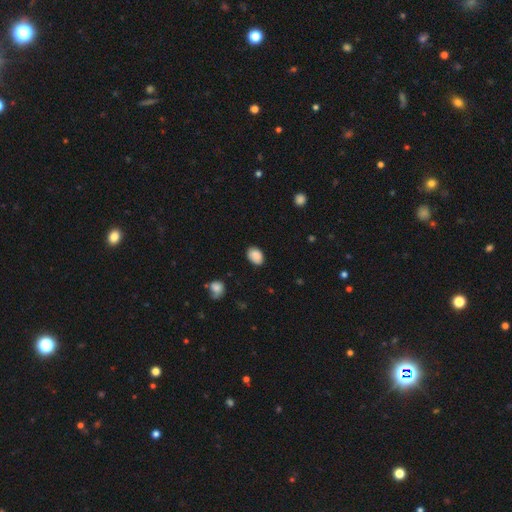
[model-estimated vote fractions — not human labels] Morphology: type=smooth (88%); roundness=in between (81%); merging=none (83%).